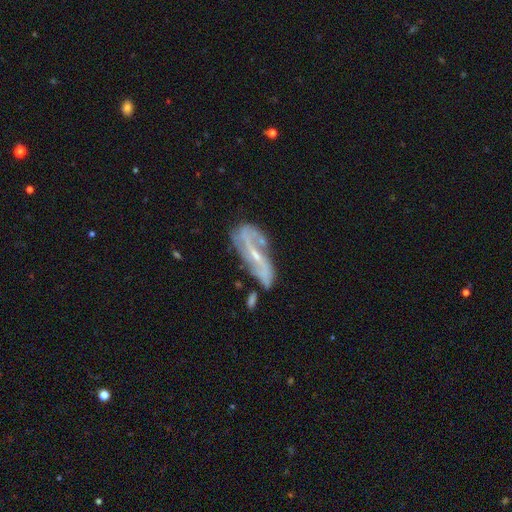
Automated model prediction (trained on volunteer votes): Smooth or featured?
  - featured or disk: 81% *
  - smooth: 12%
  - star or artifact: 8%
Edge-on disk?
  - no: 84% *
  - yes: 16%
Bar?
  - strong: 43% *
  - weak: 33%
  - no: 23%
Spiral arms?
  - yes: 86% *
  - no: 14%
Spiral winding?
  - loose: 50% *
  - medium: 32%
  - tight: 18%
Spiral arm count?
  - 2: 79% *
  - can't tell: 11%
  - 1: 4%
  - 3: 4%
  - 4: 2%
  - more than 4: 2%
Bulge size?
  - small: 73% *
  - moderate: 20%
  - none: 5%
  - large: 1%
  - dominant: 1%
Merging?
  - none: 54% *
  - minor disturbance: 22%
  - major disturbance: 13%
  - merger: 11%